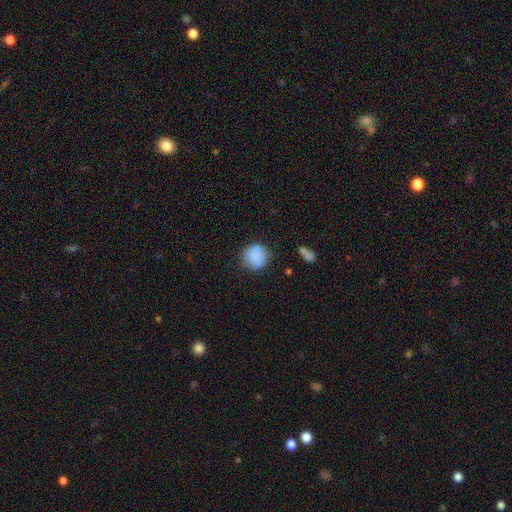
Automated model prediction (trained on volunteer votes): smooth-or-featured: smooth: 85% | star or artifact: 8% | featured or disk: 7%
  how-rounded: round: 91% | in between: 8% | cigar-shaped: 1%
  merging: none: 79% | minor disturbance: 14% | major disturbance: 4% | merger: 3%